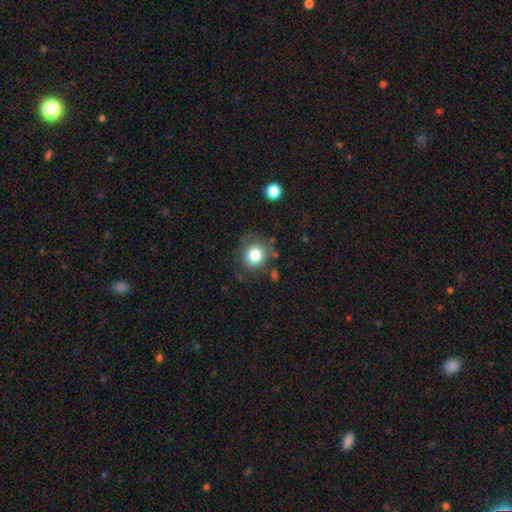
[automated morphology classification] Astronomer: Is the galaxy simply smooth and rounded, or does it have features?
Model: smooth — 79%.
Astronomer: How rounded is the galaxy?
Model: round — 85%.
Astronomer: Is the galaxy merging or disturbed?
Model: none — 74%.